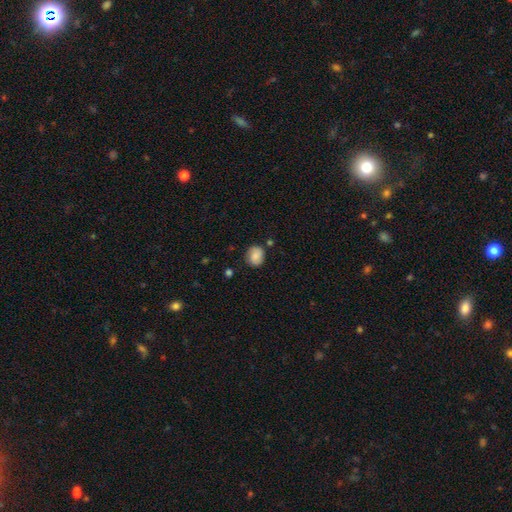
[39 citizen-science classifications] A smooth galaxy with no disk features (79%) that is round (90%). Merging: none (81%).